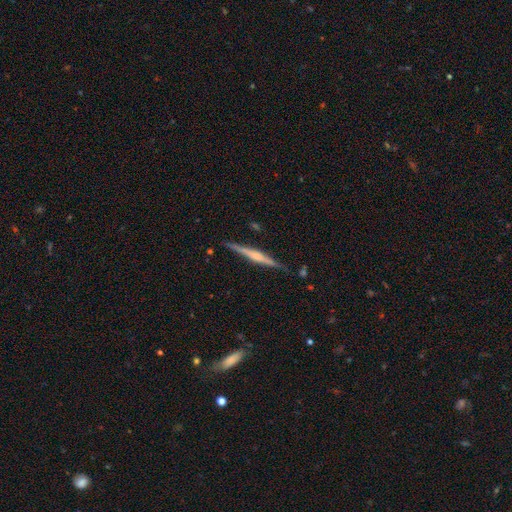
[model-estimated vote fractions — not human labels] Smooth or featured? featured or disk (75%)
Edge-on disk? yes (98%)
Edge-on bulge? rounded (59%)
Merging? none (88%)